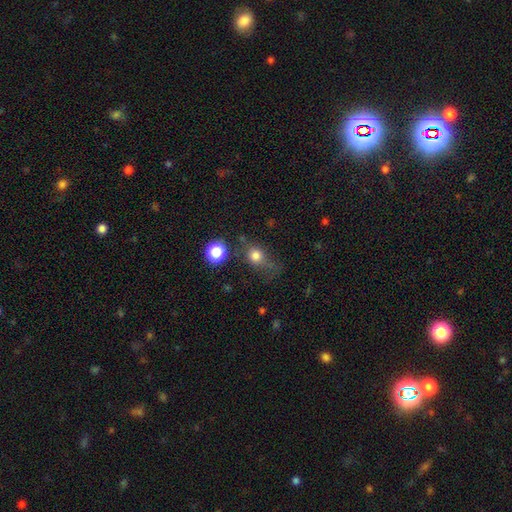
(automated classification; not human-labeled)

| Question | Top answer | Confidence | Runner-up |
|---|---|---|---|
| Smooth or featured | smooth | 76% | star or artifact (14%) |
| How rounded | round | 70% | in between (28%) |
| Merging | none | 46% | minor disturbance (26%) |